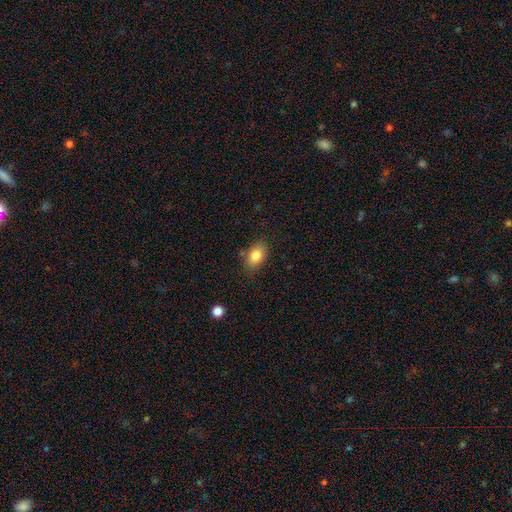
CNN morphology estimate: Smooth or featured? smooth (83%)
How rounded? in between (84%)
Merging? none (79%)